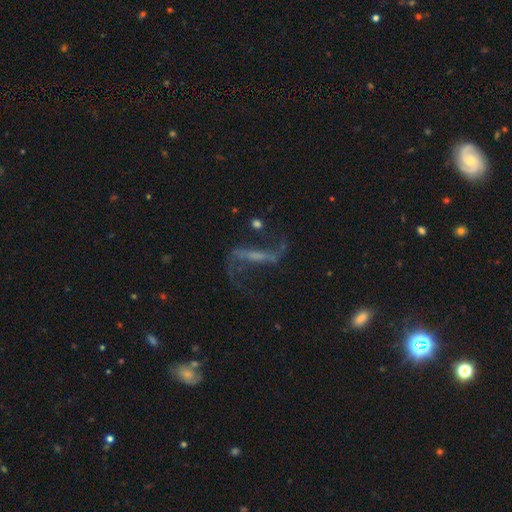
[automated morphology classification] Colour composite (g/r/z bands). It shows a featured or disk galaxy (80%) with a strong bar (58%), 2 (90%) loose (85%) spiral arms (90%) and no central bulge (43%). Merging: none (61%).